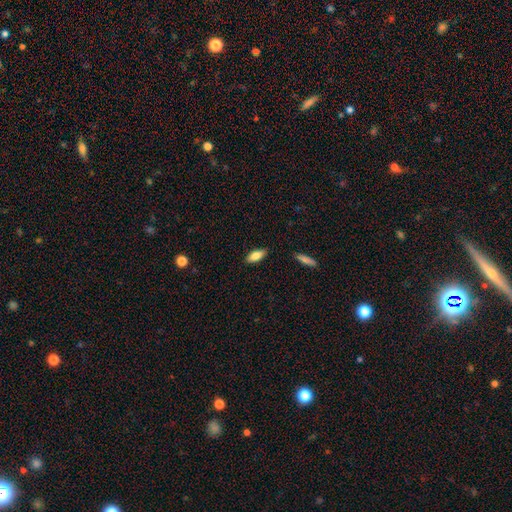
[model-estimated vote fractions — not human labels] This appears to be a smooth galaxy with no disk features (82%) that is in between round and cigar-shaped (78%). Merging: none (88%).